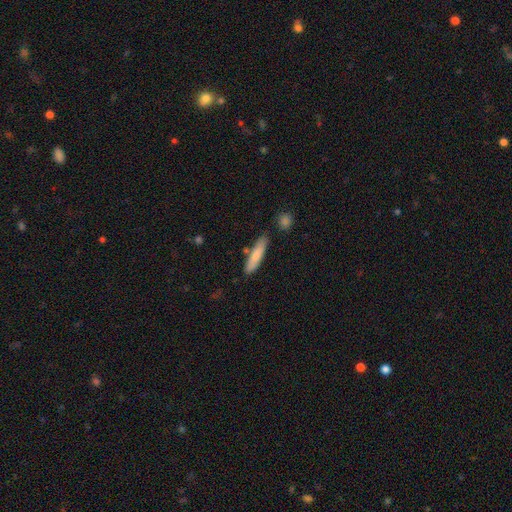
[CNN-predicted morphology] Overall: smooth (80%). How rounded: cigar-shaped (80%). Merging: none (78%).